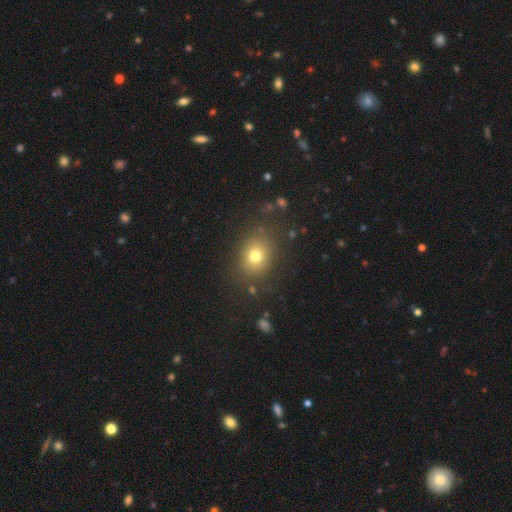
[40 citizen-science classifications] Smooth or featured?
  - smooth: 82% *
  - star or artifact: 12%
  - featured or disk: 5%
How rounded?
  - round: 73% *
  - in between: 27%
  - cigar-shaped: 0%
Merging?
  - none: 74% *
  - minor disturbance: 17%
  - merger: 6%
  - major disturbance: 3%